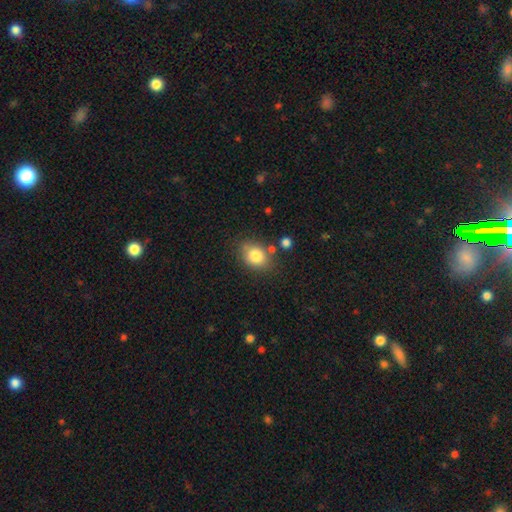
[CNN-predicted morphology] A smooth galaxy with no disk features (81%) that is in between round and cigar-shaped (53%).

Vote fractions:
- Smooth or featured? smooth: 81% / featured or disk: 10% / star or artifact: 9%
- How rounded? in between: 53% / round: 46% / cigar-shaped: 1%
- Merging? none: 71% / minor disturbance: 16% / merger: 8% / major disturbance: 5%